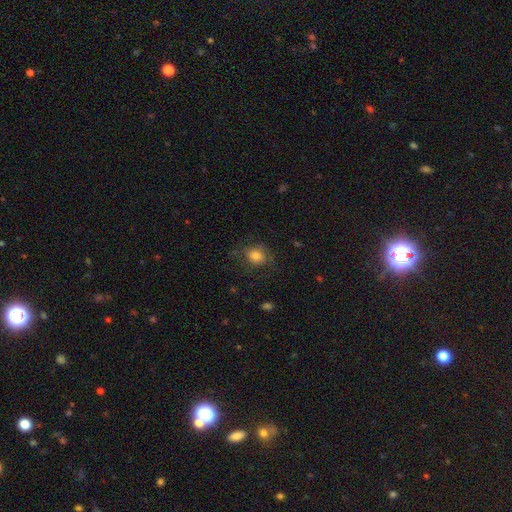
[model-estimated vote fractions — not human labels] smooth 75%, featured or disk 15%, star or artifact 10%. Down the decision tree: how rounded — round (62%); merging — none (61%).